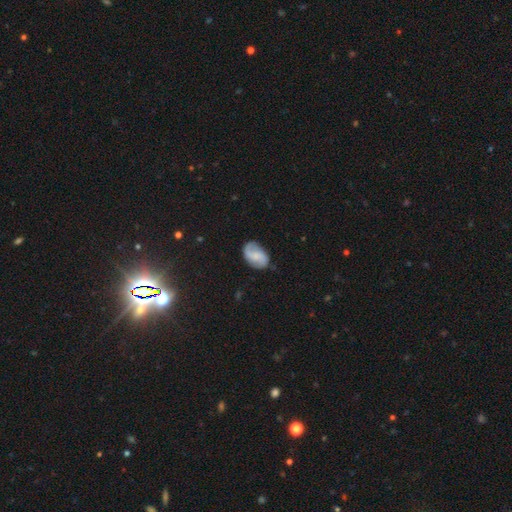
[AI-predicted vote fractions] A featured or disk galaxy (58%) with no bar (45%), 2 (87%) loose (47%) spiral arms (91%) and a small central bulge (46%).

Vote fractions:
- Smooth or featured? featured or disk: 58% / smooth: 35% / star or artifact: 7%
- Edge-on disk? no: 97% / yes: 3%
- Bar? no: 45% / weak: 43% / strong: 12%
- Spiral arms? yes: 91% / no: 9%
- Spiral winding? loose: 47% / medium: 37% / tight: 16%
- Spiral arm count? 2: 87% / can't tell: 7% / 1: 4% / 3: 1% / 4: 1% / more than 4: 1%
- Bulge size? small: 46% / none: 28% / moderate: 22% / large: 3% / dominant: 1%
- Merging? none: 73% / minor disturbance: 20% / major disturbance: 6% / merger: 2%